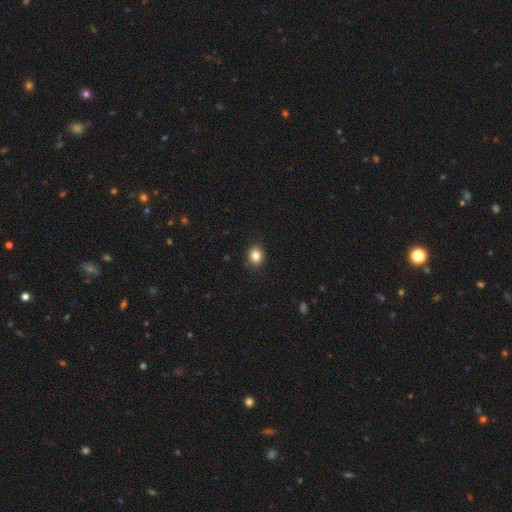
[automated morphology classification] Smooth or featured? Predicted: smooth (p=0.84). How rounded? Predicted: round (p=0.63). Merging? Predicted: none (p=0.89).